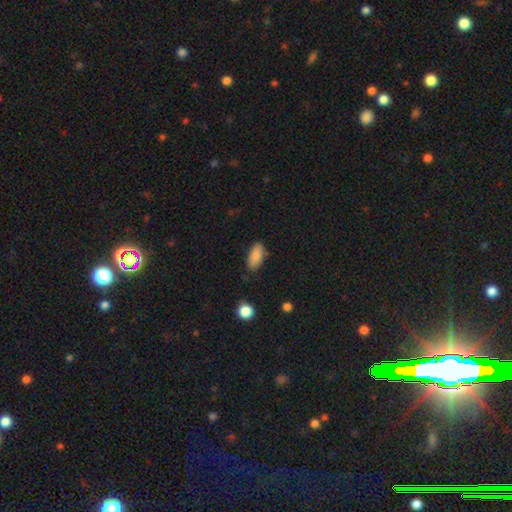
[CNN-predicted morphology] Smooth or featured? Predicted: smooth (p=0.87). How rounded? Predicted: in between (p=0.90). Merging? Predicted: none (p=0.80).